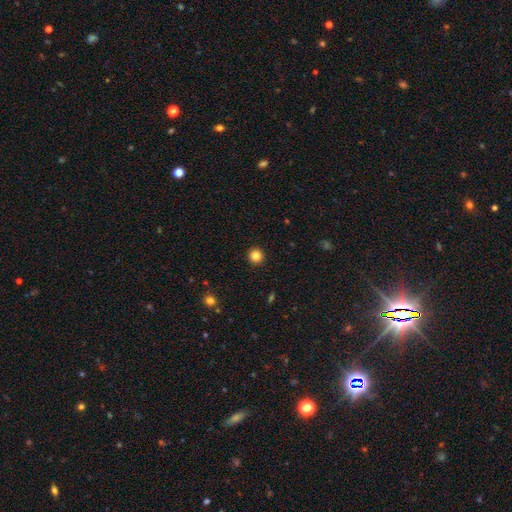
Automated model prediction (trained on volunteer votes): Q: Smooth or featured?
A: smooth (84%); runner-up: star or artifact (12%)
Q: How rounded?
A: round (95%); runner-up: in between (4%)
Q: Merging?
A: none (93%); runner-up: minor disturbance (4%)